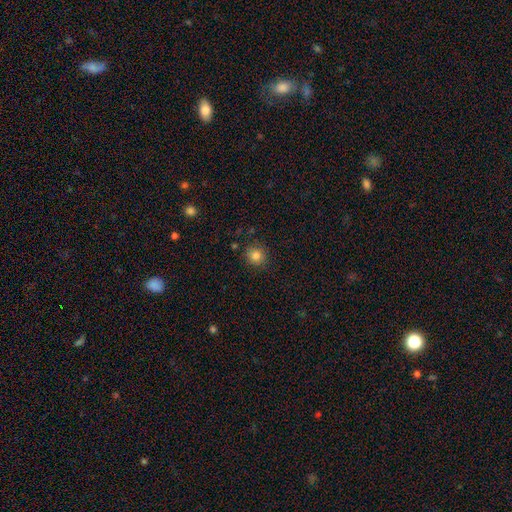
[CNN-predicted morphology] The model was most divided on "smooth or featured": smooth: 82%, star or artifact: 12%, featured or disk: 5%. More confident: how rounded — round (90%); merging — none (87%).